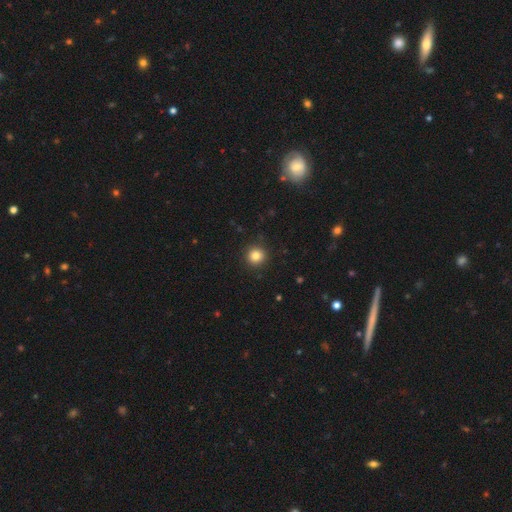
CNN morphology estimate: A smooth galaxy with no disk features (83%) that is round (94%). Merging: none (92%).